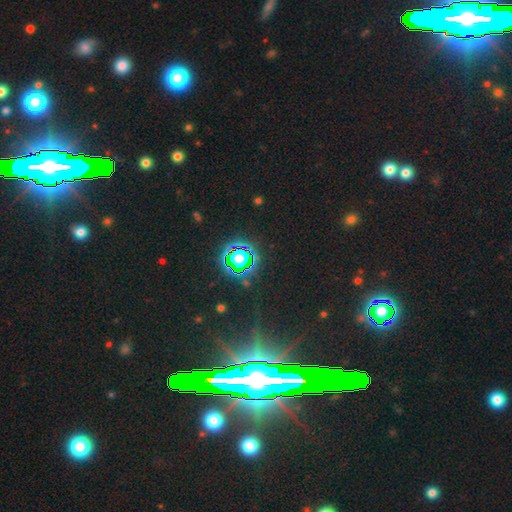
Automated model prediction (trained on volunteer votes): Smooth or featured? star or artifact (81%)